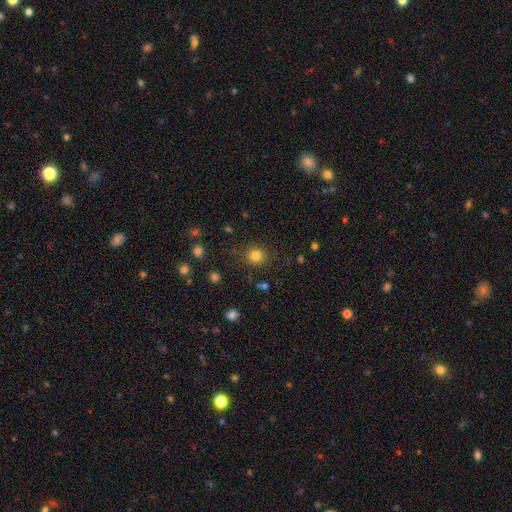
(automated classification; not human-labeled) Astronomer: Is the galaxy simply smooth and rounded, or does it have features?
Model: smooth — 80%.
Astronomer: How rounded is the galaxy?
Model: round — 83%.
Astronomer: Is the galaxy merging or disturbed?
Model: none — 86%.